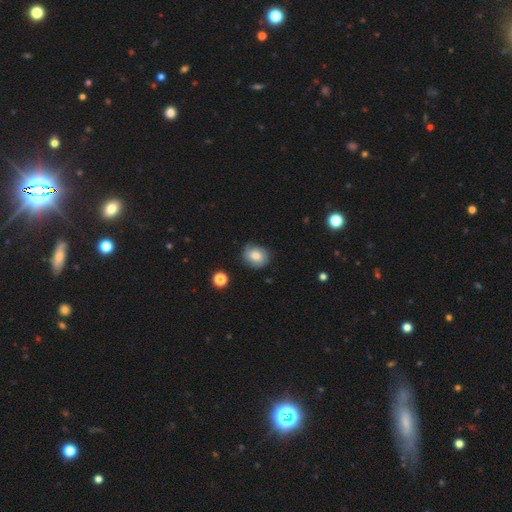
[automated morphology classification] A smooth galaxy with no disk features (68%) that is round (64%). Merging: none (75%).